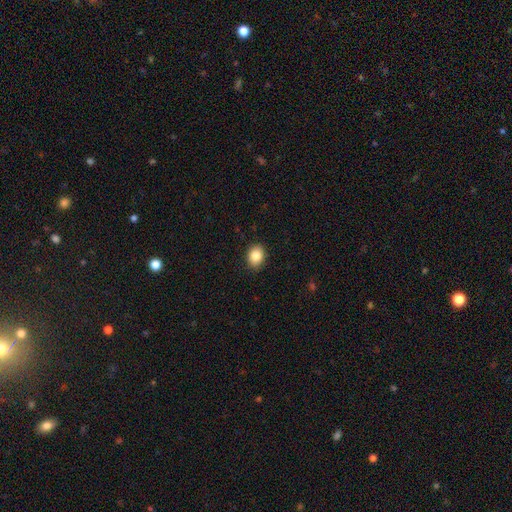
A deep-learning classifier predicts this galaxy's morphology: Smooth or featured? Predicted: smooth (p=0.86). How rounded? Predicted: round (p=0.50). Merging? Predicted: none (p=0.90).